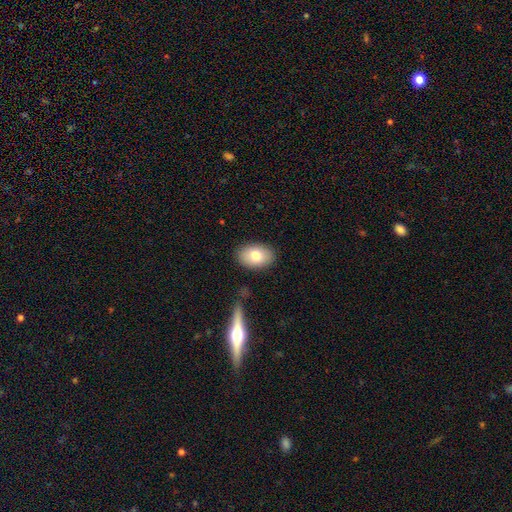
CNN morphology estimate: smooth_or_featured: smooth (p=0.79) [alt: featured or disk p=0.14]
how_rounded: in between (p=0.87) [alt: round p=0.12]
merging: none (p=0.85) [alt: minor disturbance p=0.10]